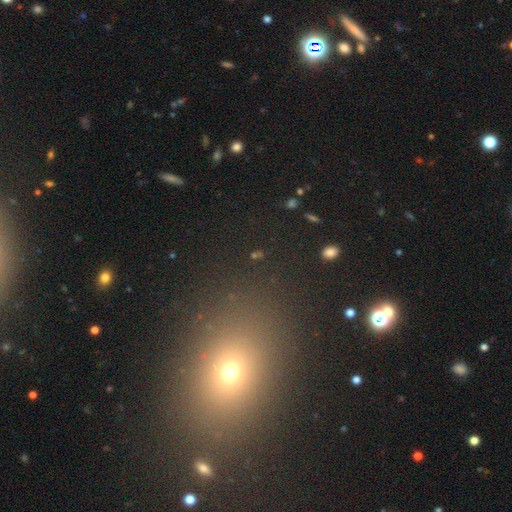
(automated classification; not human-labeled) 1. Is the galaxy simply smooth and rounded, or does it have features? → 48% star or artifact, 38% smooth, 14% featured or disk.